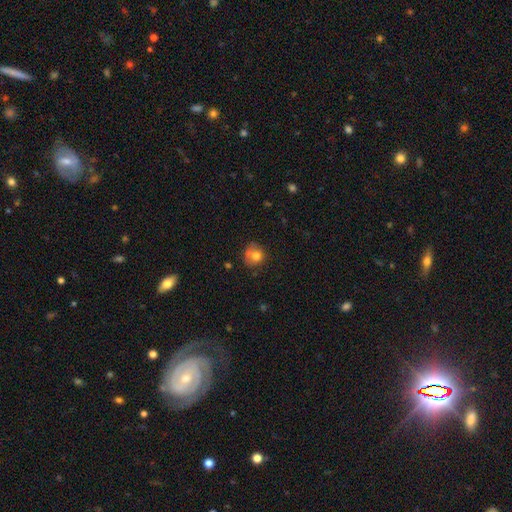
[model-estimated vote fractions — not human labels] This appears to be a smooth galaxy with no disk features (74%) that is round (77%). Merging: none (57%).